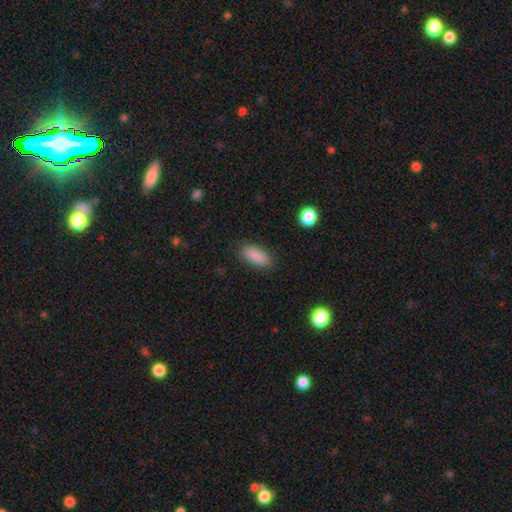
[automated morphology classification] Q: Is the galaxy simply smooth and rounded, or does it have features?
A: smooth — 88%.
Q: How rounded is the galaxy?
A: in between — 85%.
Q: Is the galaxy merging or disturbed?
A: none — 85%.